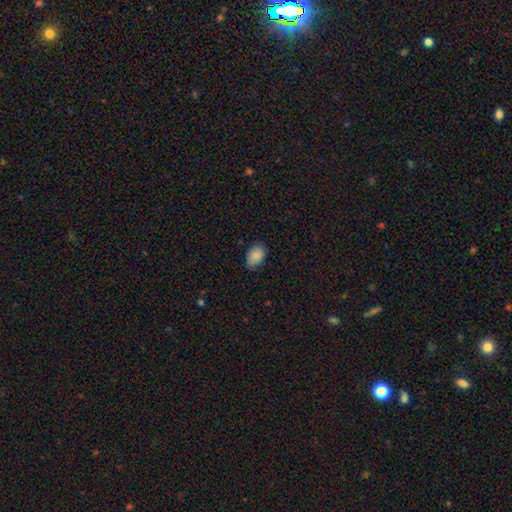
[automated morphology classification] A smooth galaxy with no disk features (87%) that is in between round and cigar-shaped (87%).

Vote fractions:
- Smooth or featured? smooth: 87% / star or artifact: 7% / featured or disk: 6%
- How rounded? in between: 87% / round: 12% / cigar-shaped: 1%
- Merging? none: 78% / minor disturbance: 18% / major disturbance: 3% / merger: 1%